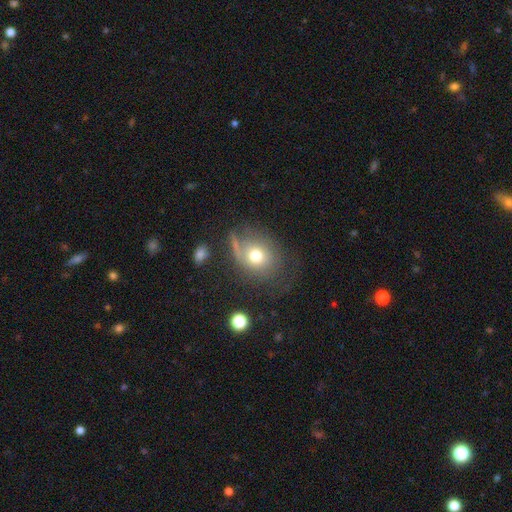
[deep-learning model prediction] smooth 67%, featured or disk 22%, star or artifact 12%. Down the decision tree: how rounded — round (64%); merging — none (52%).